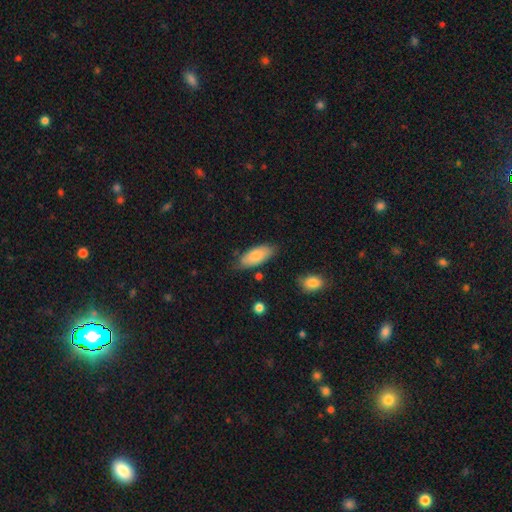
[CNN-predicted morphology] Overall: smooth (79%). How rounded: in between (86%). Merging: none (73%).